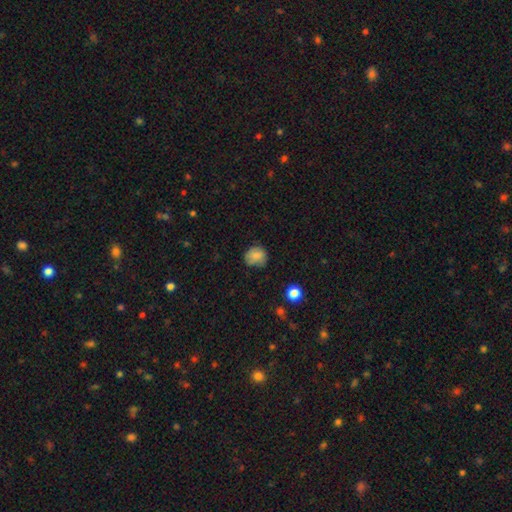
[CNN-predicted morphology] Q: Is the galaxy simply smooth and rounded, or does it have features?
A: smooth — 80%.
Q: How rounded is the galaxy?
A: round — 74%.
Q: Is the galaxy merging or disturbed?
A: none — 64%.